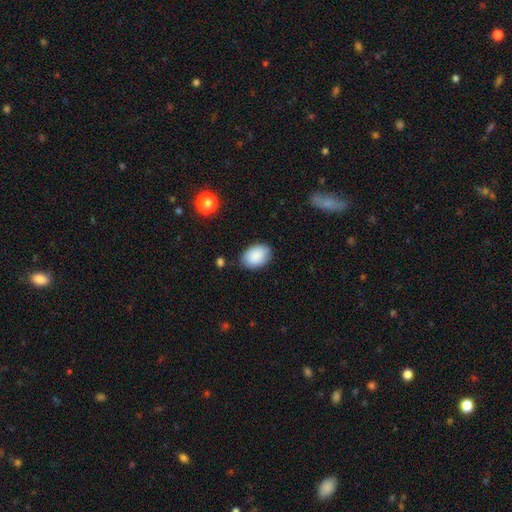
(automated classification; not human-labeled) Smooth or featured?
  - smooth: 88% *
  - star or artifact: 6%
  - featured or disk: 5%
How rounded?
  - in between: 85% *
  - round: 14%
  - cigar-shaped: 1%
Merging?
  - none: 81% *
  - minor disturbance: 14%
  - major disturbance: 3%
  - merger: 2%